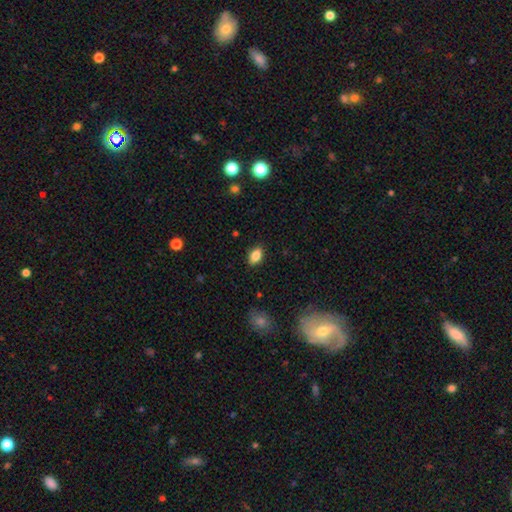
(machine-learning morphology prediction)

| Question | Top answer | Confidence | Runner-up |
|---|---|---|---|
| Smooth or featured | smooth | 84% | star or artifact (8%) |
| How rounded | in between | 88% | round (9%) |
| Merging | none | 87% | minor disturbance (10%) |